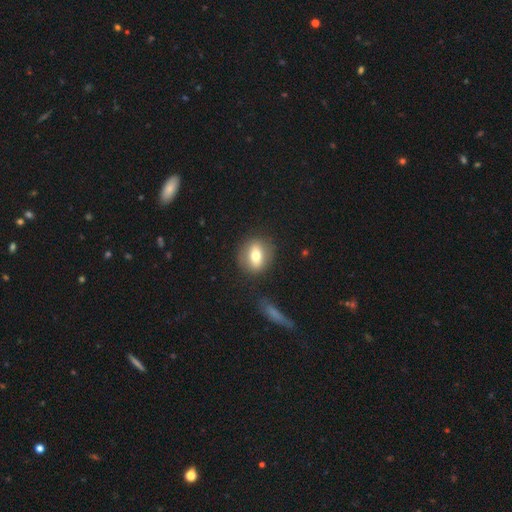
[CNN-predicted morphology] Q: Smooth or featured?
A: smooth (63%); runner-up: featured or disk (29%)
Q: How rounded?
A: round (49%); runner-up: in between (47%)
Q: Merging?
A: none (83%); runner-up: minor disturbance (11%)